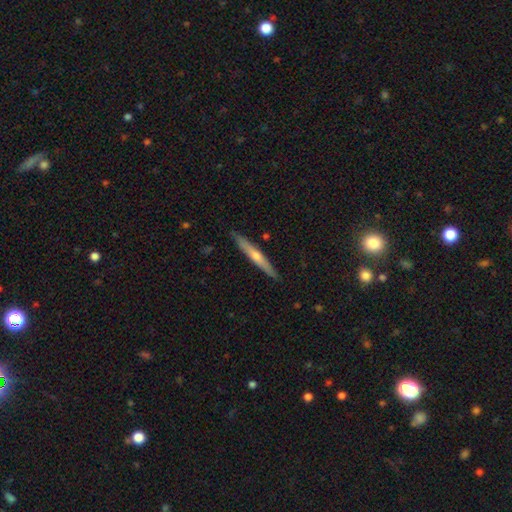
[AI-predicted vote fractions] smooth_or_featured: featured or disk (p=0.69) [alt: smooth p=0.24]
disk_edge_on: yes (p=0.97) [alt: no p=0.03]
edge_on_bulge: rounded (p=0.80) [alt: none p=0.16]
merging: none (p=0.90) [alt: minor disturbance p=0.07]